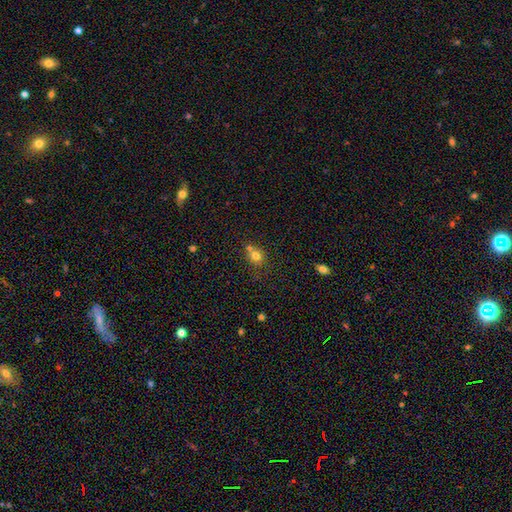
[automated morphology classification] Smooth or featured?
  - smooth: 76% *
  - star or artifact: 14%
  - featured or disk: 10%
How rounded?
  - round: 77% *
  - in between: 22%
  - cigar-shaped: 1%
Merging?
  - none: 50% *
  - merger: 36%
  - minor disturbance: 10%
  - major disturbance: 4%